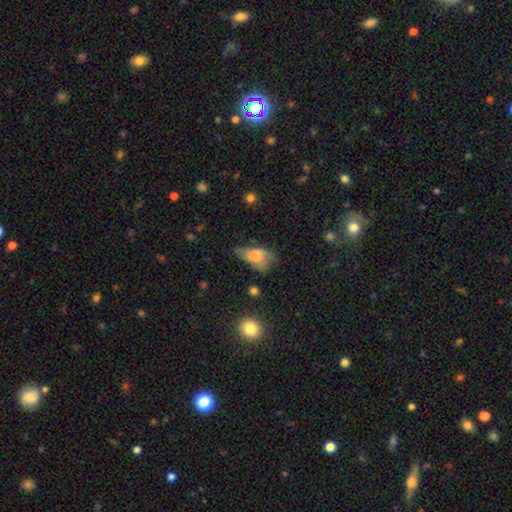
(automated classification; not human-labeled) smooth 57%, featured or disk 33%, star or artifact 10%. Down the decision tree: how rounded — in between (88%); merging — none (36%).